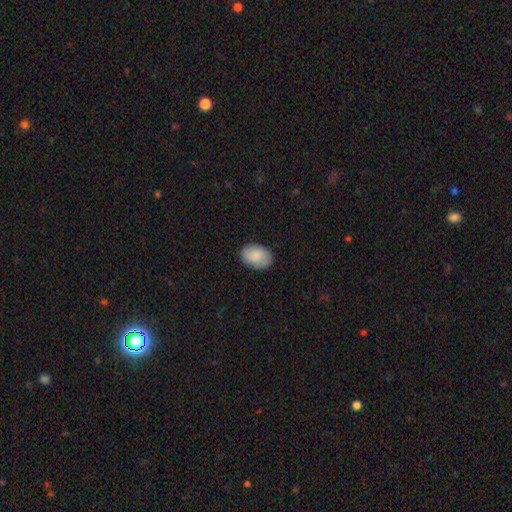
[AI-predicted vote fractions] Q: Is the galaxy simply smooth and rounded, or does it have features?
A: smooth — 86%.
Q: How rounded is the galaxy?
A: in between — 81%.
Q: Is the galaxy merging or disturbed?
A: none — 87%.